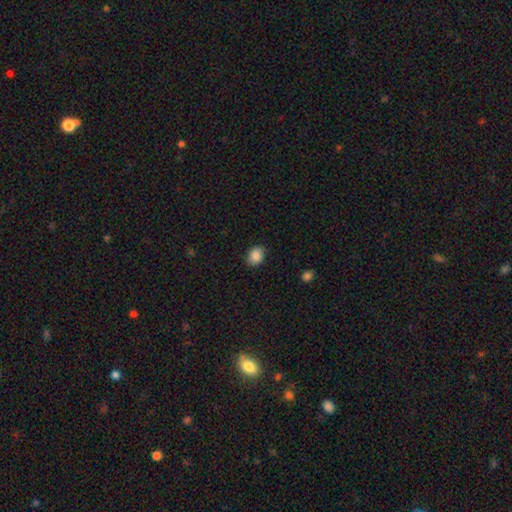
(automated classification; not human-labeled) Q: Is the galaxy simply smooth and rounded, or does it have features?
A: smooth — 87%.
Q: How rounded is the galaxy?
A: in between — 59%.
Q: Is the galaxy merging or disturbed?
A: none — 86%.